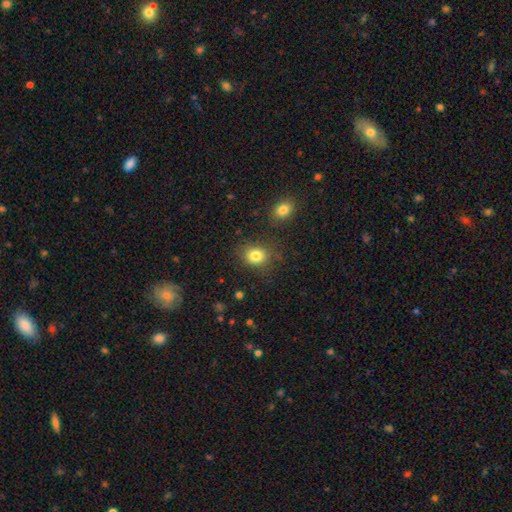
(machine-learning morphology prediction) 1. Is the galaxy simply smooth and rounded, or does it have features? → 82% smooth, 11% star or artifact, 6% featured or disk.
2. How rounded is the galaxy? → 62% round, 37% in between, 1% cigar-shaped.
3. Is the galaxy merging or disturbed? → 78% none, 13% minor disturbance, 5% major disturbance, 4% merger.